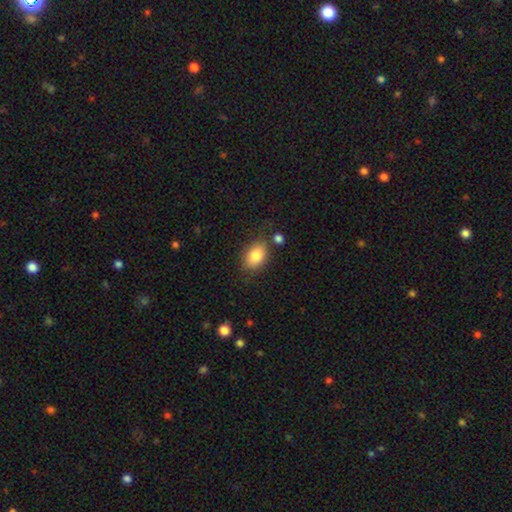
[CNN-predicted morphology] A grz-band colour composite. It shows a smooth galaxy with no disk features (84%) that is in between round and cigar-shaped (83%). Merging: none (76%).